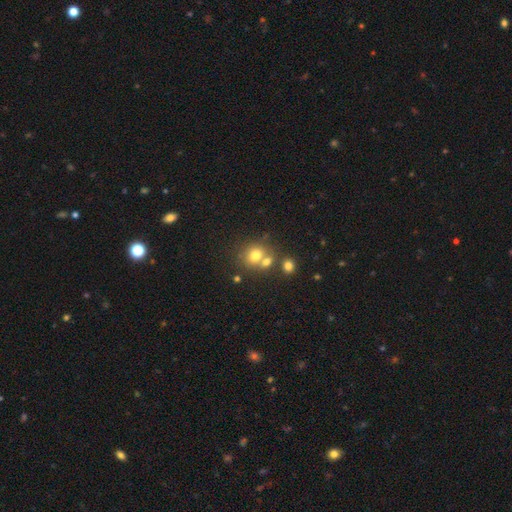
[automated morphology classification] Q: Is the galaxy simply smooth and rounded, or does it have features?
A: smooth — 74%.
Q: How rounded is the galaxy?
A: round — 72%.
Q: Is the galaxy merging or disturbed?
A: none — 47%.